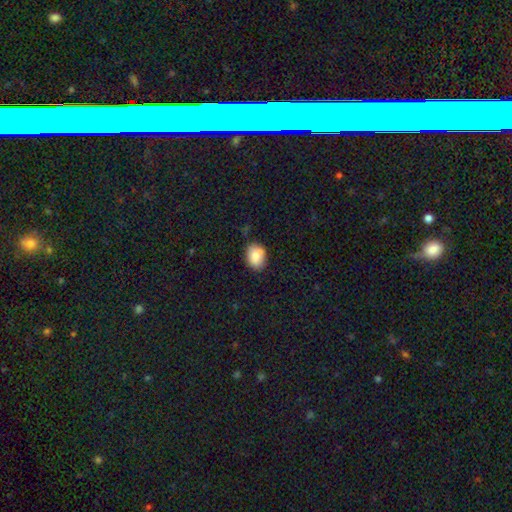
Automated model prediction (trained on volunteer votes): Q: Smooth or featured?
A: smooth (80%); runner-up: featured or disk (11%)
Q: How rounded?
A: in between (61%); runner-up: round (38%)
Q: Merging?
A: none (78%); runner-up: minor disturbance (16%)